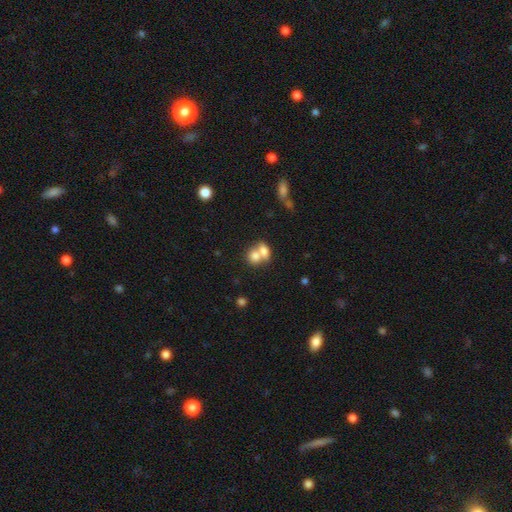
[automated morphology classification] type=smooth (74%); roundness=in between (53%); merging=merger (68%).